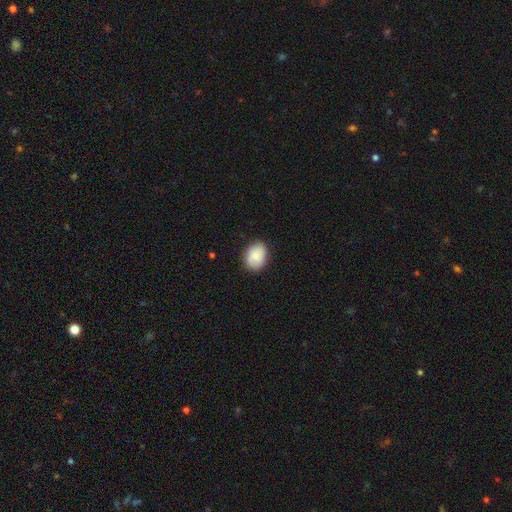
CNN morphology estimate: Smooth or featured? smooth (85%)
How rounded? in between (64%)
Merging? none (85%)